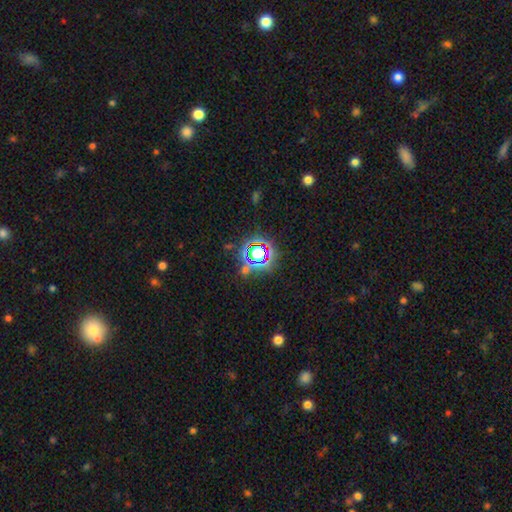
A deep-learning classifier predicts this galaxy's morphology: The model was most divided on "smooth or featured": star or artifact: 77%, smooth: 15%, featured or disk: 9%.